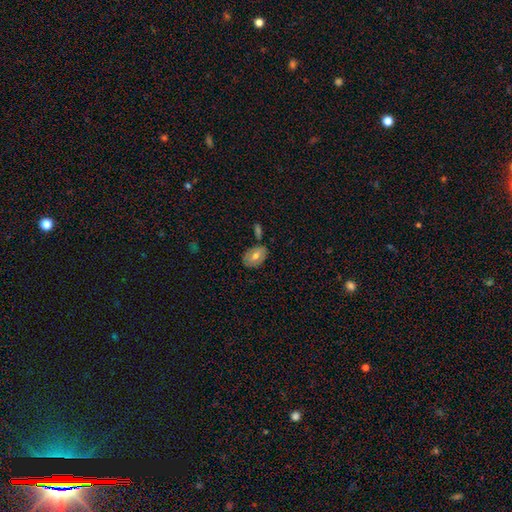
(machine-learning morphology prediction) smooth 64%, featured or disk 29%, star or artifact 8%. Down the decision tree: how rounded — in between (83%); merging — none (69%).